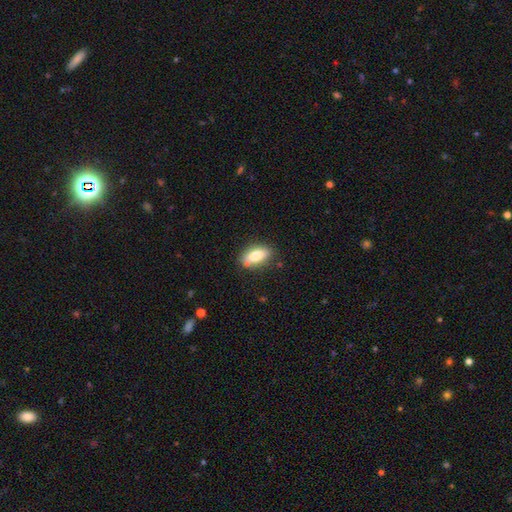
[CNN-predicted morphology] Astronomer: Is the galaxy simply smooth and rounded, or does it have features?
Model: smooth — 75%.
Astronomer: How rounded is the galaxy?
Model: in between — 82%.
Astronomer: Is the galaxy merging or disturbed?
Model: none — 77%.